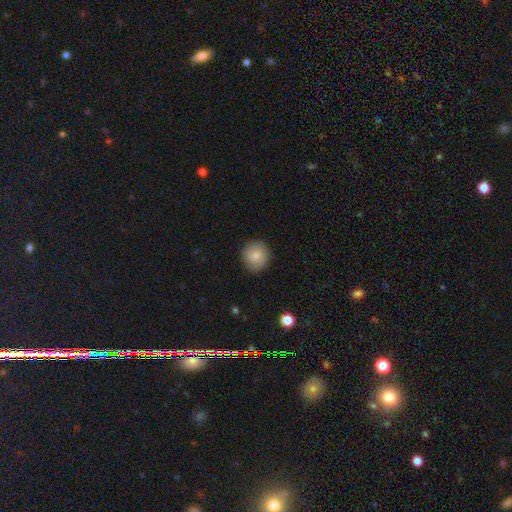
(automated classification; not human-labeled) This is clearly a smooth galaxy (80%). How rounded: clearly round (92%). Merging: clearly none (87%).